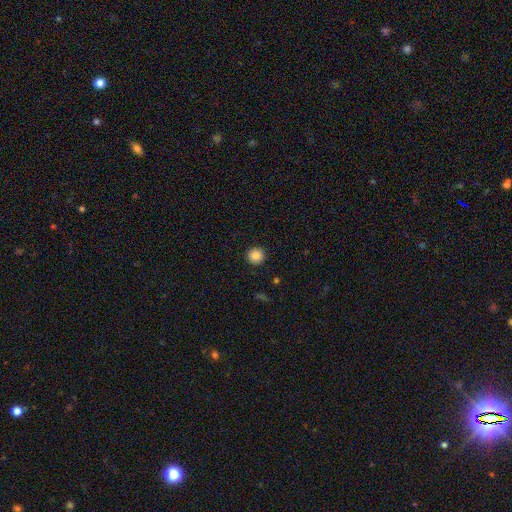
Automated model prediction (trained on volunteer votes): smooth_or_featured: smooth (p=0.86) [alt: star or artifact p=0.10]
how_rounded: round (p=0.94) [alt: in between p=0.05]
merging: none (p=0.92) [alt: minor disturbance p=0.05]